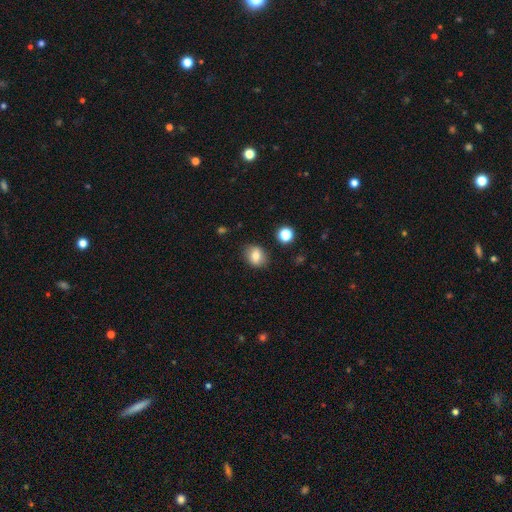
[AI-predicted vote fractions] Smooth or featured: smooth — 77% (featured or disk — 13%)
How rounded: round — 51% (in between — 48%)
Merging: none — 83% (minor disturbance — 12%)